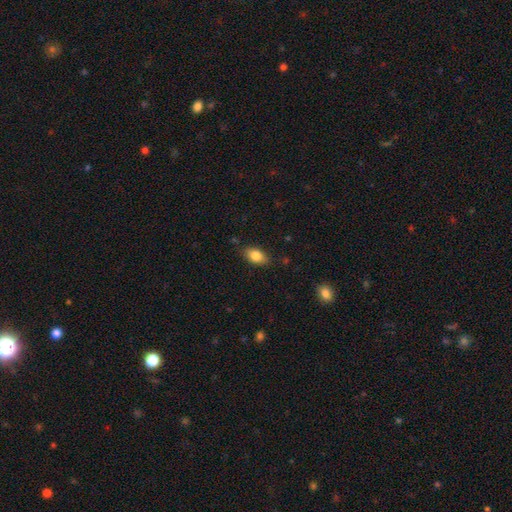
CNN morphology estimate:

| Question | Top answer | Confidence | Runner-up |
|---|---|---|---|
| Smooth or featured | smooth | 83% | featured or disk (9%) |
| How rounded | in between | 87% | round (10%) |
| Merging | none | 81% | minor disturbance (14%) |